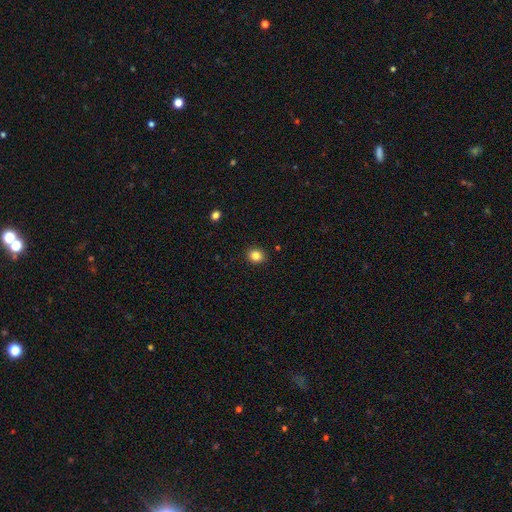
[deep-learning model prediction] smooth-or-featured: smooth: 84% | star or artifact: 11% | featured or disk: 5%
  how-rounded: round: 74% | in between: 25% | cigar-shaped: 1%
  merging: none: 91% | minor disturbance: 6% | major disturbance: 2% | merger: 1%